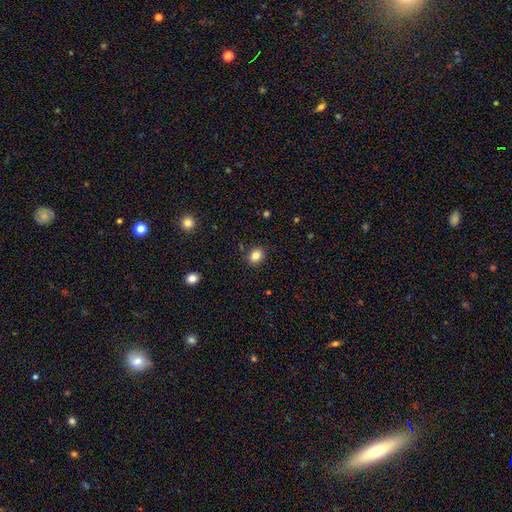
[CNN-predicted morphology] smooth-or-featured: smooth: 84% | star or artifact: 11% | featured or disk: 5%
  how-rounded: round: 61% | in between: 38% | cigar-shaped: 1%
  merging: none: 88% | minor disturbance: 8% | major disturbance: 2% | merger: 2%